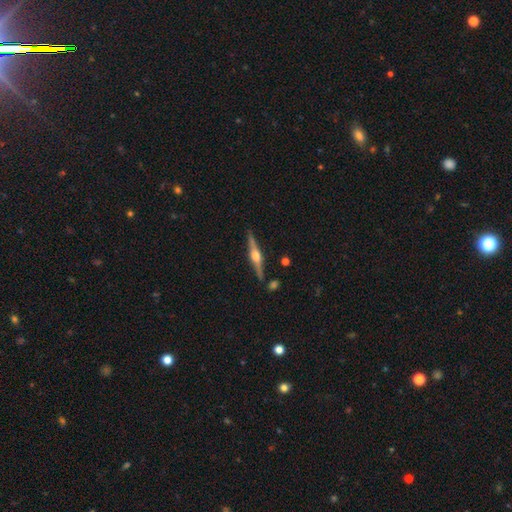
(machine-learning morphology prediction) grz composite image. It shows a featured or disk galaxy (82%) viewed edge-on (98%) with a rounded central bulge (93%). Merging: none (88%).